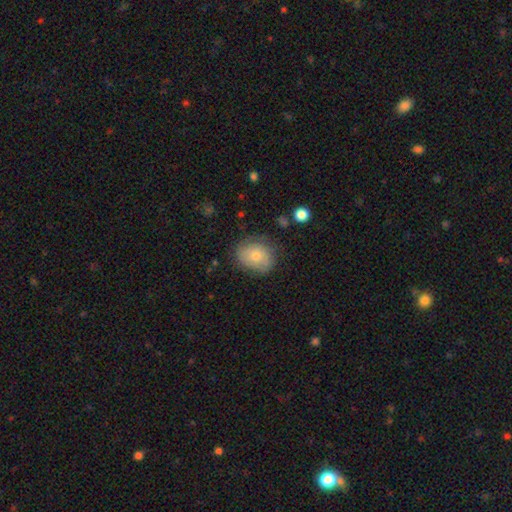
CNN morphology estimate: This appears to be a smooth galaxy with no disk features (71%) that is in between round and cigar-shaped (50%). Merging: none (72%).